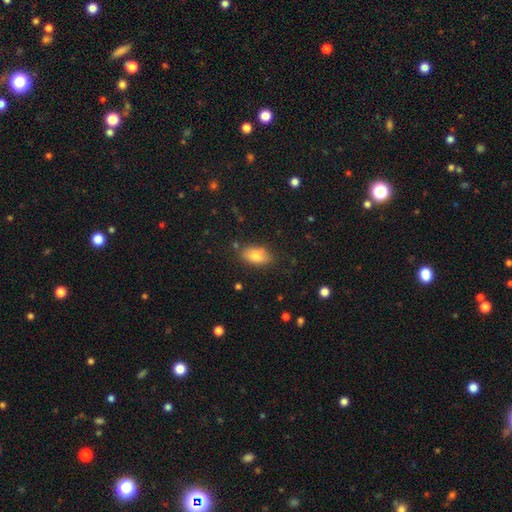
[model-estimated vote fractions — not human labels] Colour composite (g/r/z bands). It shows a smooth galaxy with no disk features (81%) that is in between round and cigar-shaped (90%). Merging: none (81%).